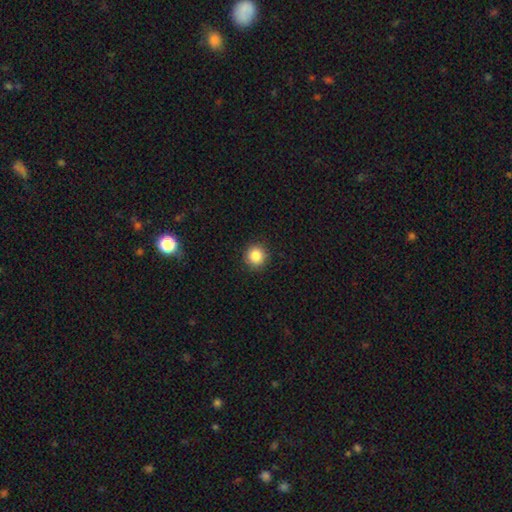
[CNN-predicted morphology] smooth 86%, star or artifact 10%, featured or disk 4%. Down the decision tree: how rounded — round (94%); merging — none (91%).